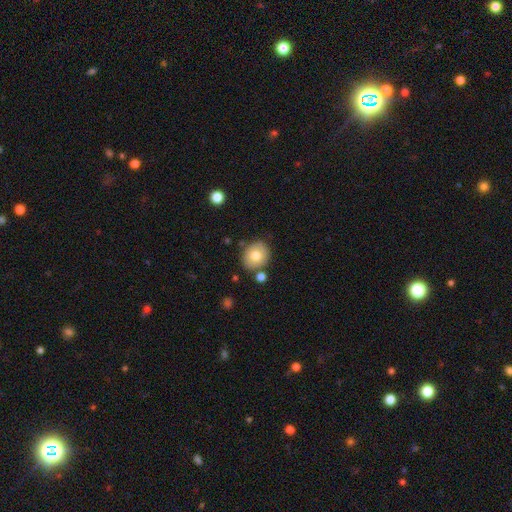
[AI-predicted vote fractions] Smooth or featured? smooth (75%)
How rounded? round (70%)
Merging? none (79%)